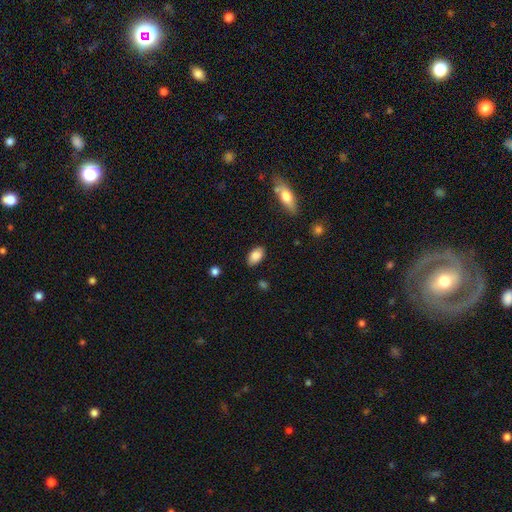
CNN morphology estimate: This is clearly a smooth galaxy (86%). How rounded: clearly in between (93%). Merging: clearly none (86%).